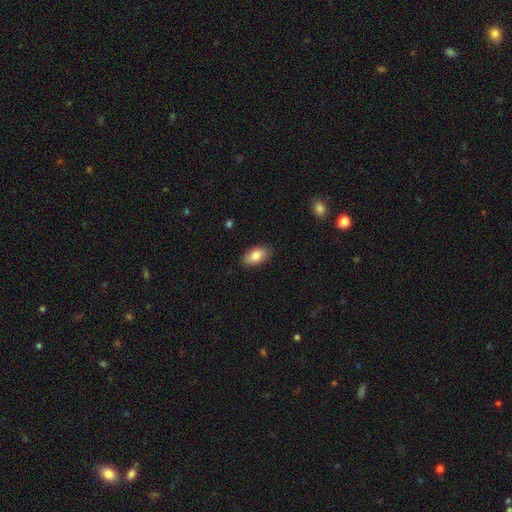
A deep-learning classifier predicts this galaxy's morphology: A smooth galaxy with no disk features (83%) that is in between round and cigar-shaped (93%).

Vote fractions:
- Smooth or featured? smooth: 83% / featured or disk: 10% / star or artifact: 7%
- How rounded? in between: 93% / round: 5% / cigar-shaped: 2%
- Merging? none: 87% / minor disturbance: 10% / major disturbance: 2% / merger: 1%